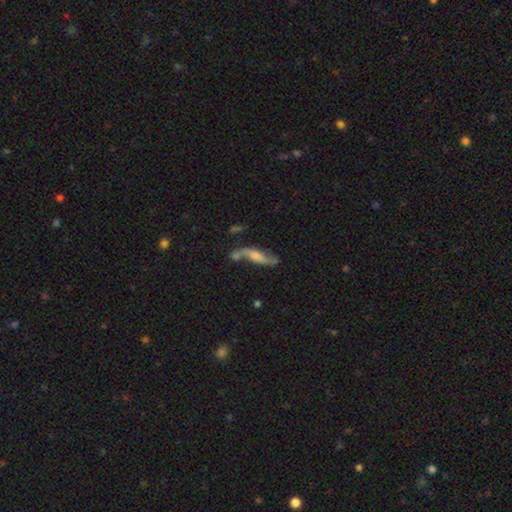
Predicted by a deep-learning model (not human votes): A featured or disk galaxy (68%).

Vote fractions:
- Smooth or featured? featured or disk: 68% / smooth: 21% / star or artifact: 11%
- Edge-on disk? no: 72% / yes: 28%
- Merging? none: 54% / minor disturbance: 18% / merger: 17% / major disturbance: 11%